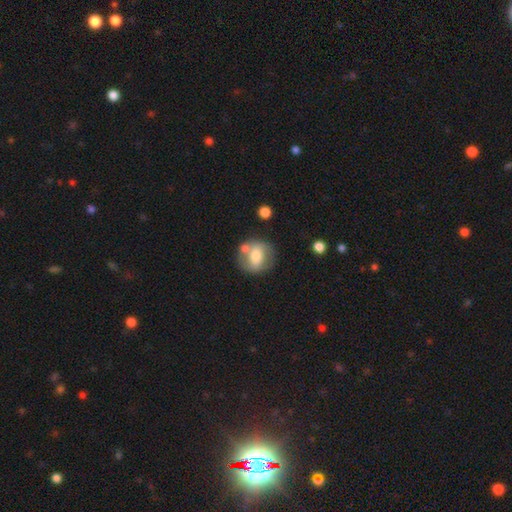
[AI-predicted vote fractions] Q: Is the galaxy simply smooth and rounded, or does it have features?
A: smooth — 52%.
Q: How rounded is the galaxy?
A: round — 78%.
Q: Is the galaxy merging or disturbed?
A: none — 63%.